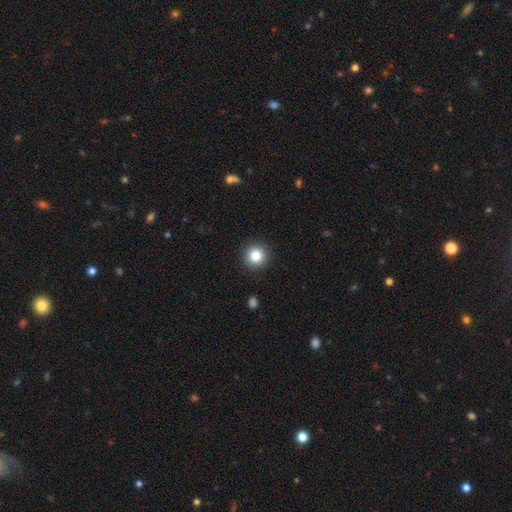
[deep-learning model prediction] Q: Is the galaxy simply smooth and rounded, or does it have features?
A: smooth — 83%.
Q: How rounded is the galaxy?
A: round — 95%.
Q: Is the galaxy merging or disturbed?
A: none — 92%.